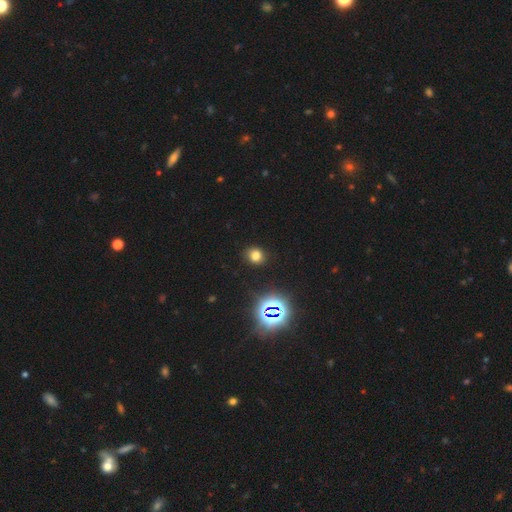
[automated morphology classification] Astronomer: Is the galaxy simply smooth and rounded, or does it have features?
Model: smooth — 72%.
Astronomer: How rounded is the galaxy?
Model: round — 74%.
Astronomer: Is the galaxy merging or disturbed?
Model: none — 87%.